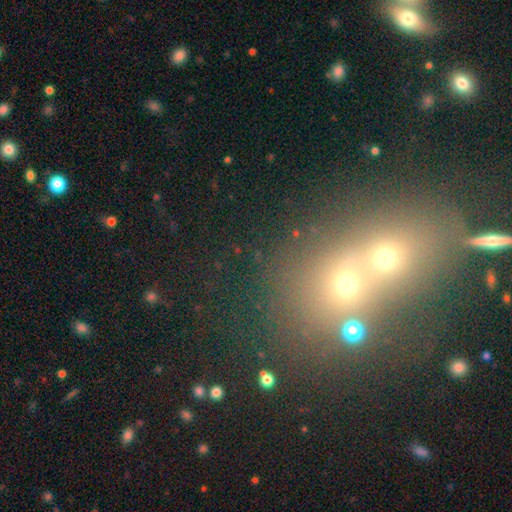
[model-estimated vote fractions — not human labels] Smooth or featured: star or artifact — 42% (smooth — 41%)